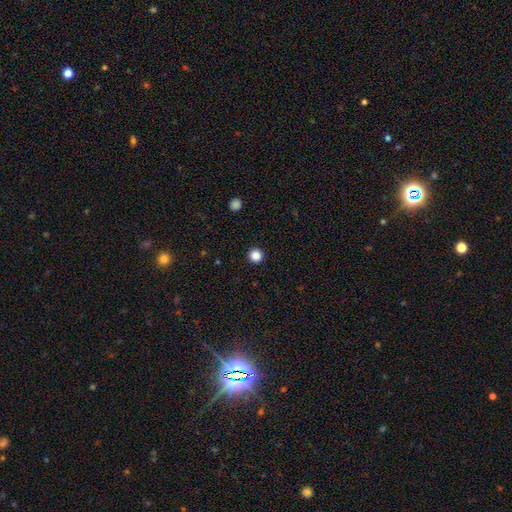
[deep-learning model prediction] The model was most divided on "smooth or featured": smooth: 86%, star or artifact: 11%, featured or disk: 3%. More confident: how rounded — round (95%); merging — none (94%).